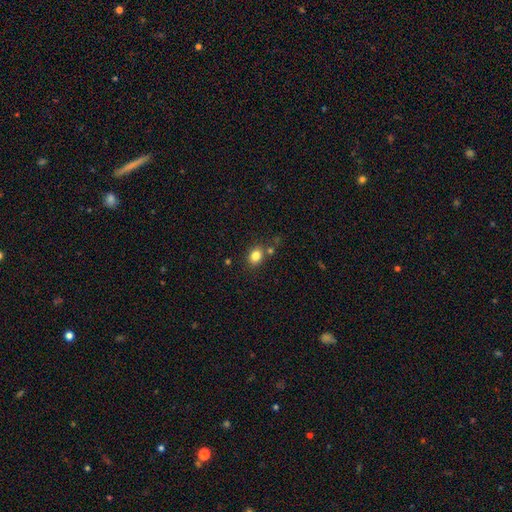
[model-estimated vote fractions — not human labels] smooth-or-featured: smooth: 83% | star or artifact: 11% | featured or disk: 6%
  how-rounded: round: 52% | in between: 47% | cigar-shaped: 1%
  merging: none: 79% | minor disturbance: 10% | merger: 8% | major disturbance: 3%